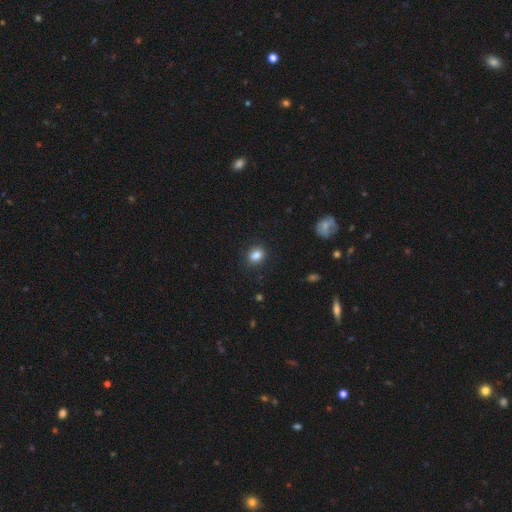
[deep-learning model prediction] smooth-or-featured: smooth: 85% | star or artifact: 10% | featured or disk: 5%
  how-rounded: in between: 52% | round: 47% | cigar-shaped: 1%
  merging: none: 86% | minor disturbance: 10% | major disturbance: 3% | merger: 1%